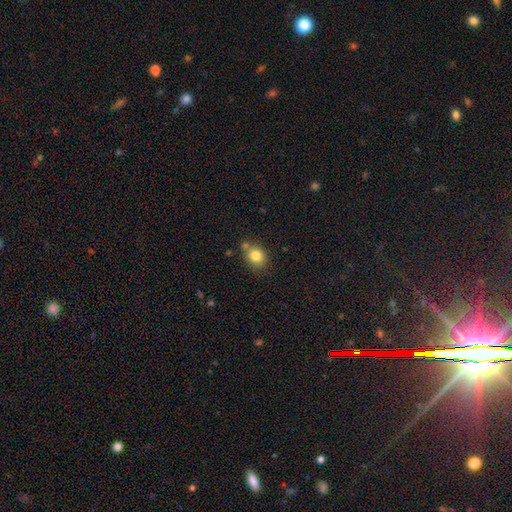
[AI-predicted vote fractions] This is clearly a smooth galaxy (83%). How rounded: likely round (70%). Merging: likely none (69%).